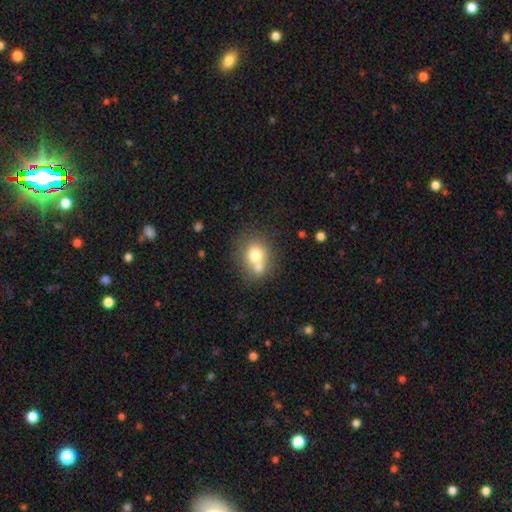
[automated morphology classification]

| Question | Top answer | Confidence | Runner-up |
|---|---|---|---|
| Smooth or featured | smooth | 71% | featured or disk (18%) |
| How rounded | round | 72% | in between (27%) |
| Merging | merger | 45% | none (40%) |